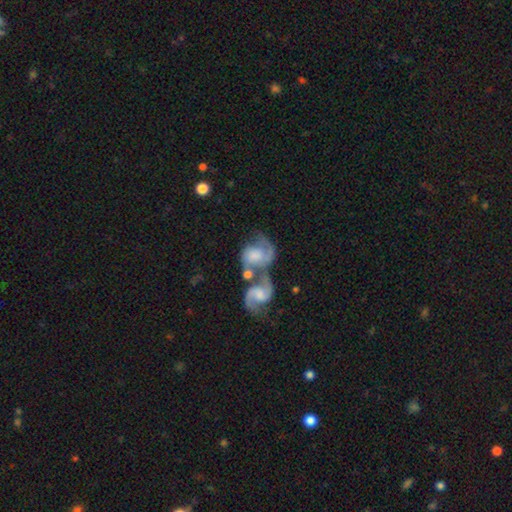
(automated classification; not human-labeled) Smooth or featured? Predicted: featured or disk (p=0.66). Edge-on disk? Predicted: no (p=0.97). Bar? Predicted: no (p=0.65). Spiral arms? Predicted: yes (p=0.86). Spiral winding? Predicted: loose (p=0.42). Spiral arm count? Predicted: 2 (p=0.76). Bulge size? Predicted: moderate (p=0.29). Merging? Predicted: merger (p=0.62).